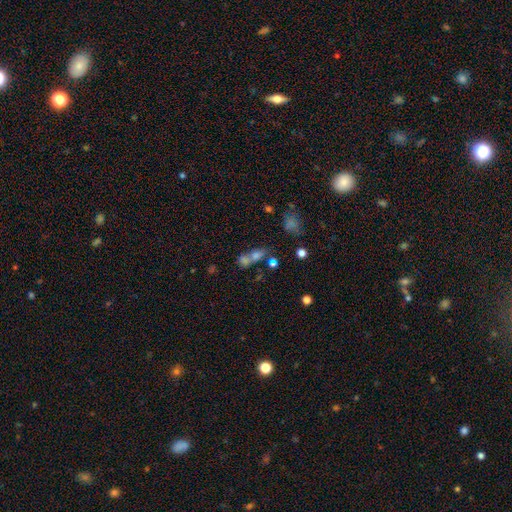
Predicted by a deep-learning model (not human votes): smooth_or_featured: smooth (p=0.64) [alt: featured or disk p=0.19]
how_rounded: in between (p=0.60) [alt: round p=0.30]
merging: merger (p=0.58) [alt: none p=0.26]